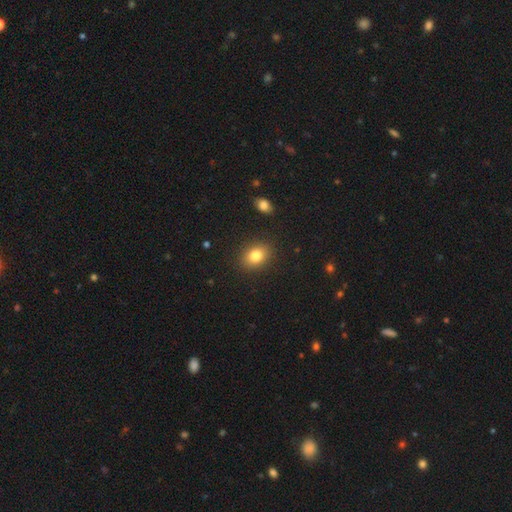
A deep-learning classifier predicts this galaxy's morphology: Smooth or featured? smooth (81%)
How rounded? in between (67%)
Merging? none (88%)